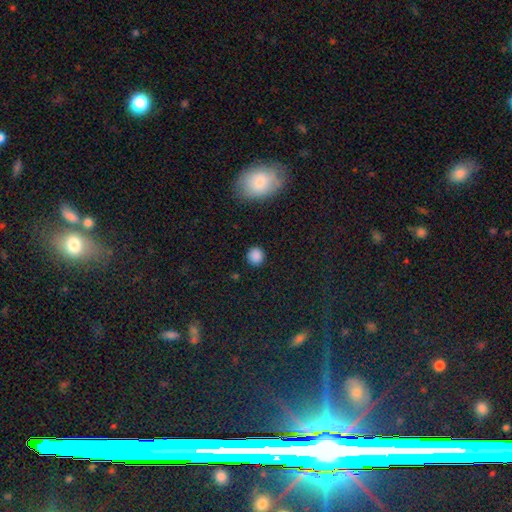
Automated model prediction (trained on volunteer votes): Smooth or featured?
  - smooth: 86% *
  - star or artifact: 11%
  - featured or disk: 3%
How rounded?
  - round: 92% *
  - in between: 7%
  - cigar-shaped: 1%
Merging?
  - none: 90% *
  - minor disturbance: 7%
  - major disturbance: 2%
  - merger: 1%